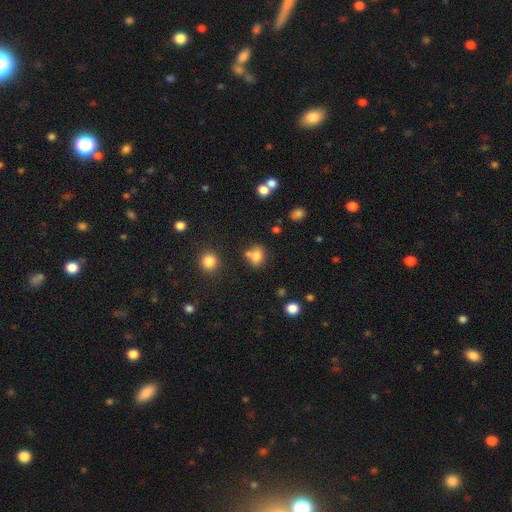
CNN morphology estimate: smooth 77%, star or artifact 13%, featured or disk 10%. Down the decision tree: how rounded — in between (54%); merging — none (53%).